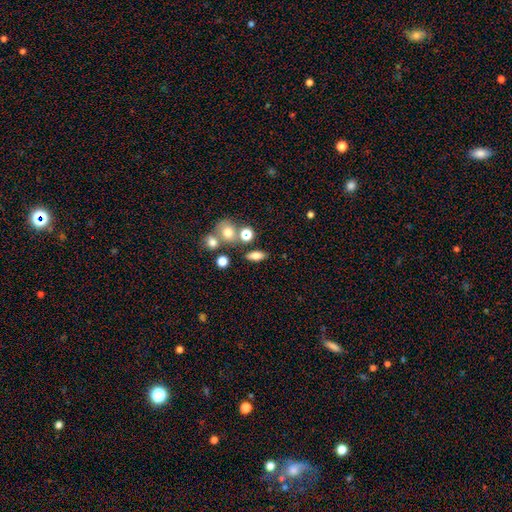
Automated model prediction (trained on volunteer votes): This appears to be a smooth galaxy with no disk features (72%) that is in between round and cigar-shaped (75%). Merging: none (73%).